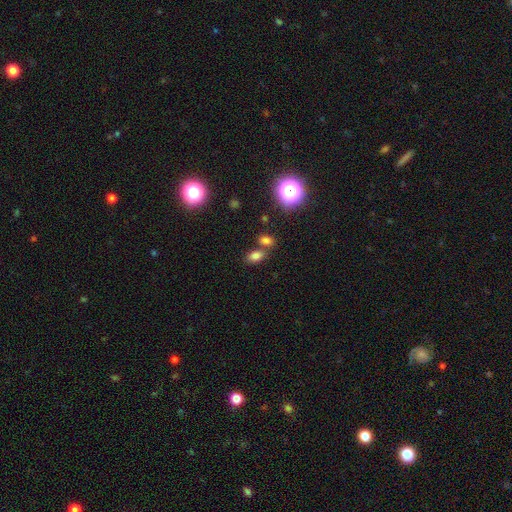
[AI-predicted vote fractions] This appears to be a smooth galaxy with no disk features (75%) that is in between round and cigar-shaped (85%). Merging: none (57%).